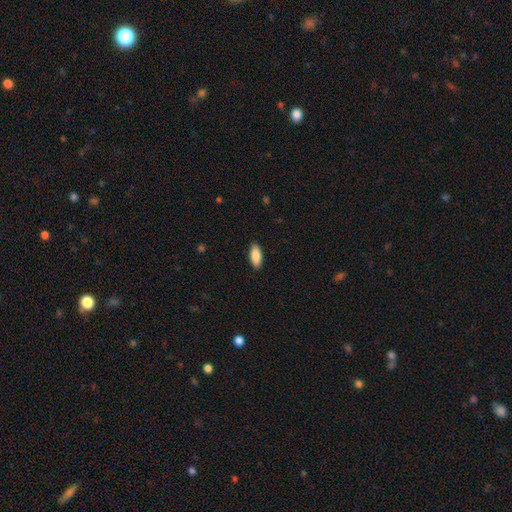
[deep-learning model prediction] The model was most divided on "how rounded": in between: 83%, cigar-shaped: 15%, round: 2%. More confident: merging — none (89%); smooth or featured — smooth (88%).